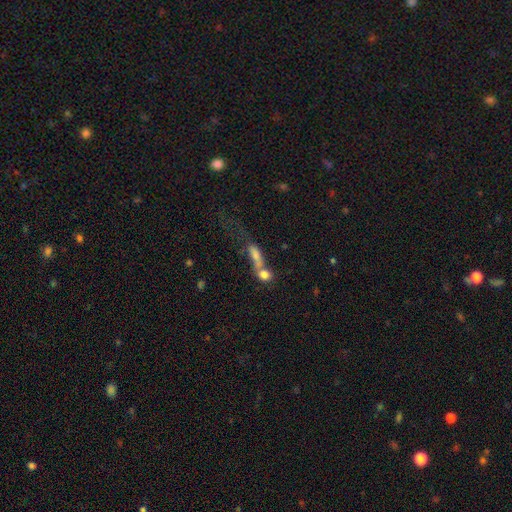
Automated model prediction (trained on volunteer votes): Smooth or featured: smooth — 55% (featured or disk — 28%)
How rounded: in between — 44% (cigar-shaped — 38%)
Merging: merger — 58% (none — 19%)